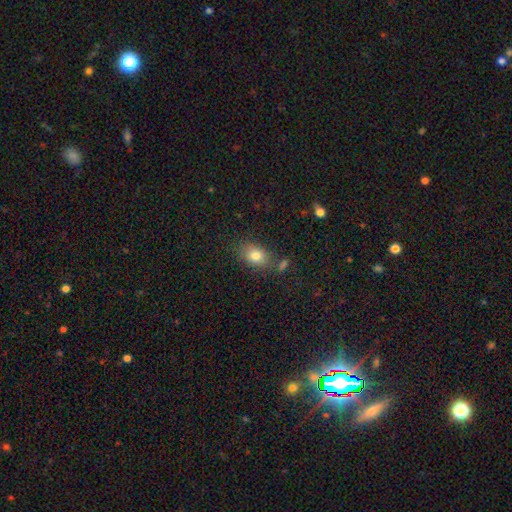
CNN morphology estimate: The model was most divided on "how rounded": in between: 76%, round: 23%, cigar-shaped: 2%. More confident: smooth or featured — smooth (80%); merging — none (75%).